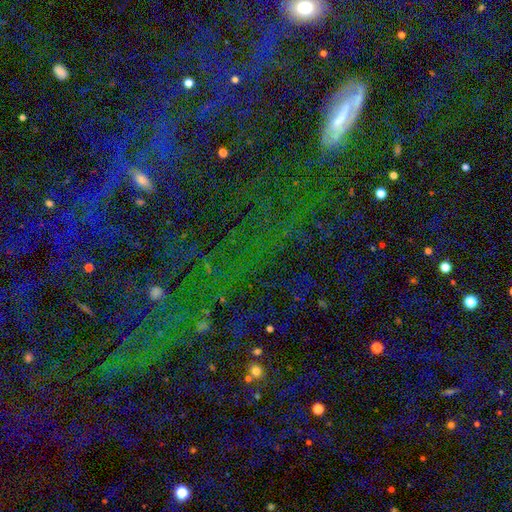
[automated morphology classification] smooth_or_featured: star or artifact (p=0.71) [alt: smooth p=0.17]